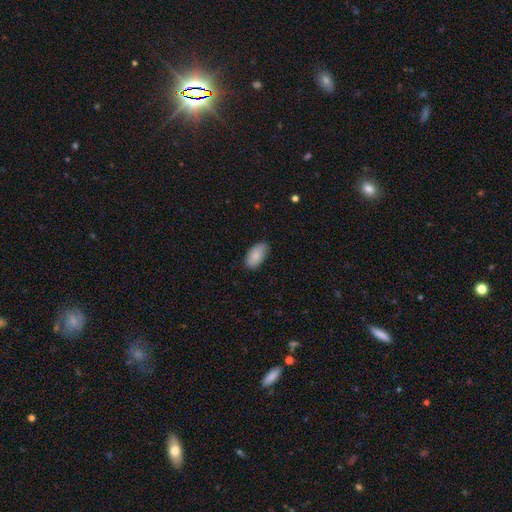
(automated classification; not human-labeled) smooth 87%, featured or disk 6%, star or artifact 6%. Down the decision tree: how rounded — in between (95%); merging — none (81%).